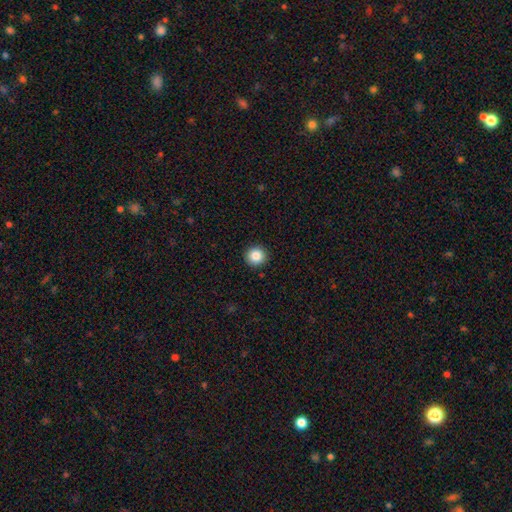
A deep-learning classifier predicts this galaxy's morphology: A smooth galaxy with no disk features (86%) that is round (94%). Merging: none (93%).